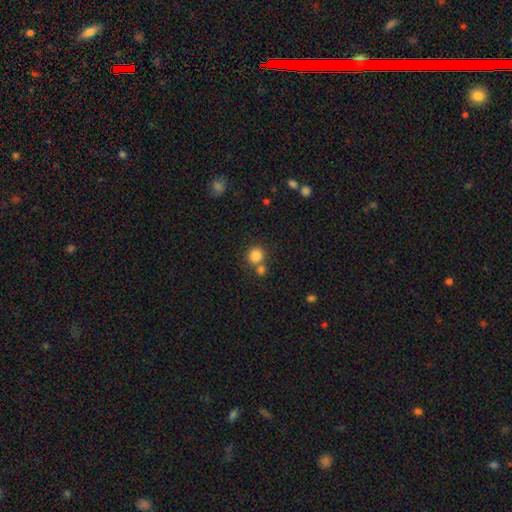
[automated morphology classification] smooth-or-featured: smooth: 83% | star or artifact: 11% | featured or disk: 6%
  how-rounded: round: 87% | in between: 12% | cigar-shaped: 1%
  merging: none: 62% | merger: 26% | minor disturbance: 9% | major disturbance: 3%